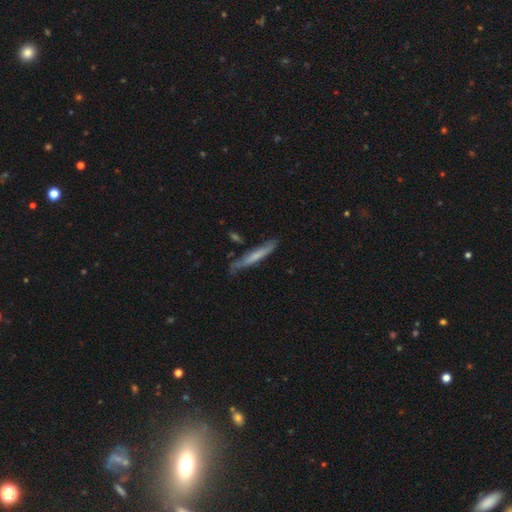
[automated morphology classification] A smooth galaxy with no disk features (53%) that is cigar-shaped (94%). Merging: none (68%).